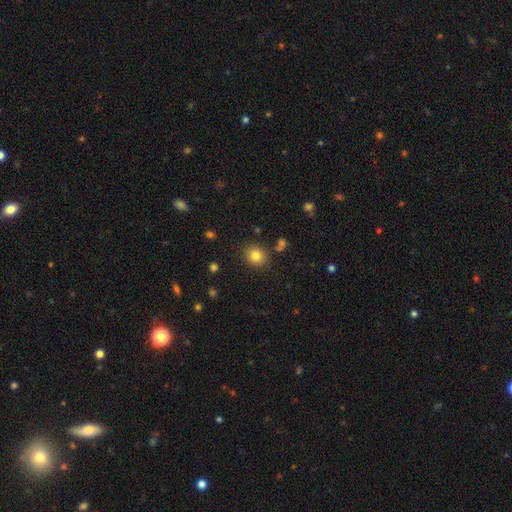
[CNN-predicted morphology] Smooth or featured? Predicted: smooth (p=0.82). How rounded? Predicted: round (p=0.79). Merging? Predicted: none (p=0.85).